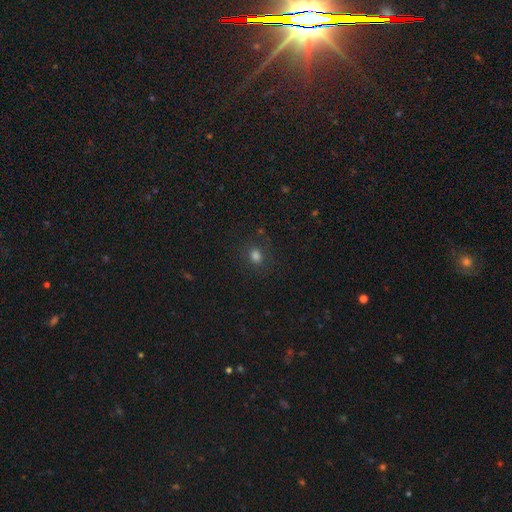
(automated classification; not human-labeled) smooth 76%, star or artifact 18%, featured or disk 6%. Down the decision tree: how rounded — round (54%); merging — none (83%).